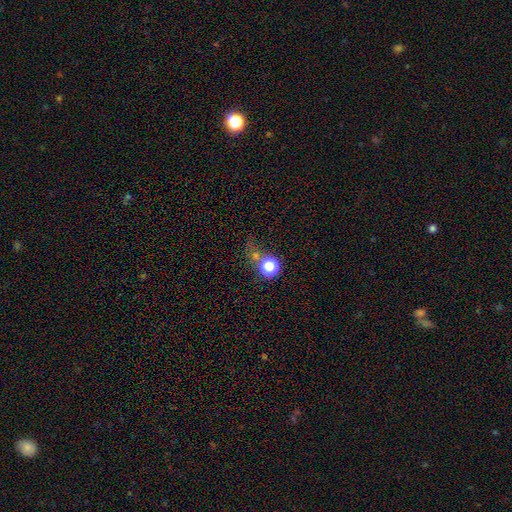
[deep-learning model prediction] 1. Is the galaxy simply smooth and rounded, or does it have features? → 51% smooth, 40% star or artifact, 8% featured or disk.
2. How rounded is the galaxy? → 86% round, 12% in between, 2% cigar-shaped.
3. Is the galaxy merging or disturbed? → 62% none, 16% merger, 11% minor disturbance, 11% major disturbance.